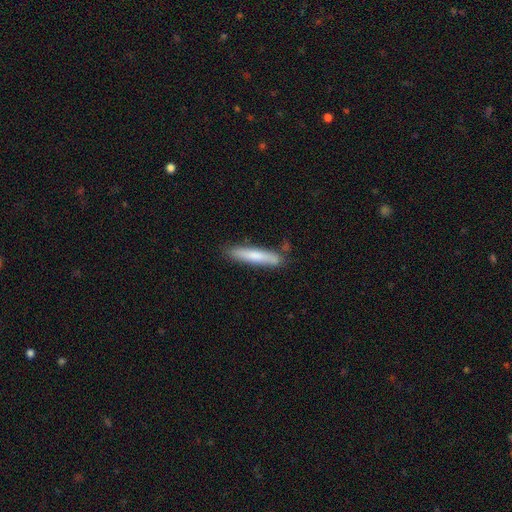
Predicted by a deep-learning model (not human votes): Morphology: type=smooth (72%); roundness=cigar-shaped (90%); merging=none (79%).